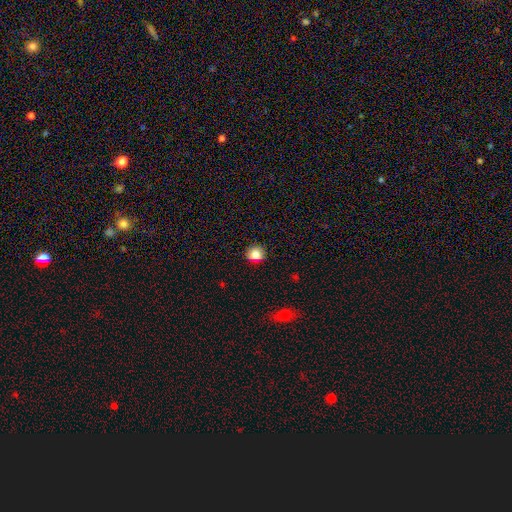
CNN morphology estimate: Q: Smooth or featured?
A: smooth (85%); runner-up: star or artifact (10%)
Q: How rounded?
A: round (83%); runner-up: in between (16%)
Q: Merging?
A: none (87%); runner-up: minor disturbance (9%)